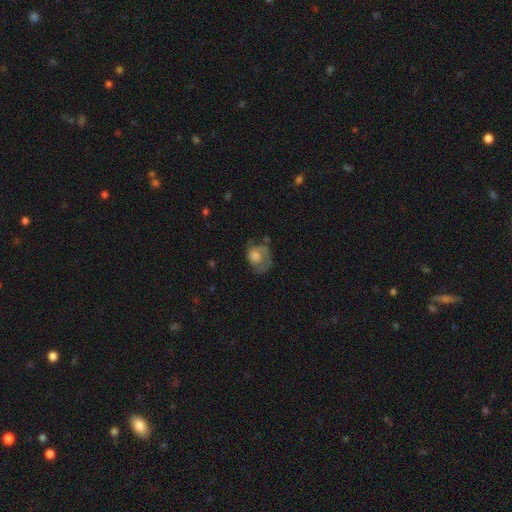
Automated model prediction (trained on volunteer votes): Morphology: type=smooth (51%); roundness=round (55%); merging=none (37%).